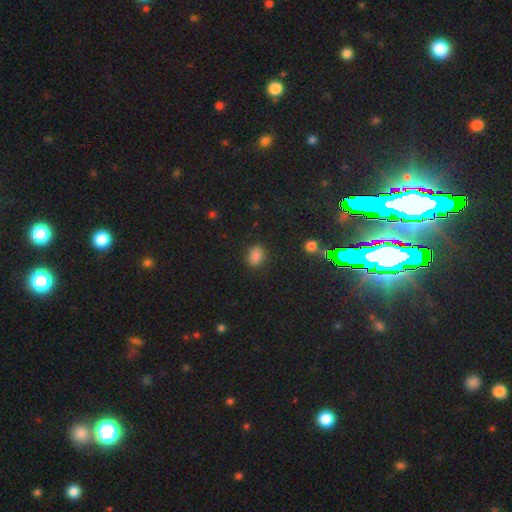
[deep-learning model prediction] Smooth or featured: smooth — 84% (star or artifact — 13%)
How rounded: in between — 77% (round — 21%)
Merging: none — 85% (minor disturbance — 11%)